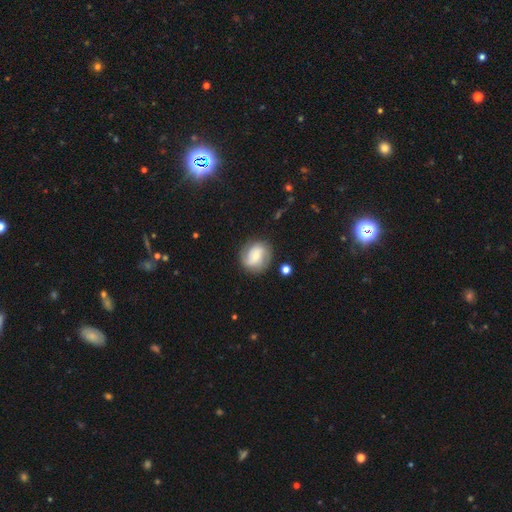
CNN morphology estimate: smooth_or_featured: featured or disk (p=0.65) [alt: smooth p=0.28]
disk_edge_on: no (p=0.97) [alt: yes p=0.03]
bar: no (p=0.50) [alt: weak p=0.37]
has_spiral_arms: yes (p=0.88) [alt: no p=0.12]
spiral_winding: medium (p=0.40) [alt: tight p=0.38]
spiral_arm_count: 2 (p=0.62) [alt: can't tell p=0.16]
bulge_size: small (p=0.49) [alt: moderate p=0.46]
merging: none (p=0.81) [alt: minor disturbance p=0.12]